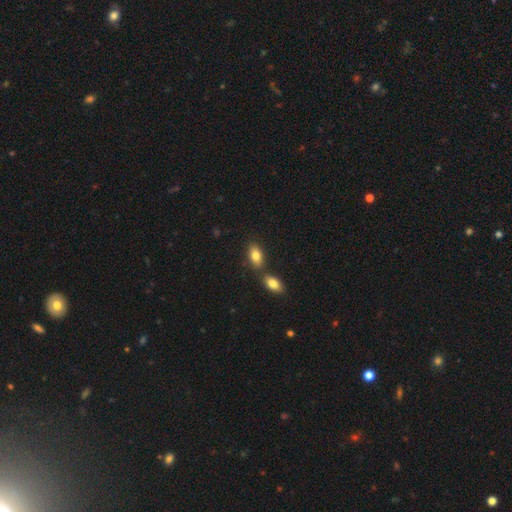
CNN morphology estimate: type=smooth (81%); roundness=in between (90%); merging=none (61%).